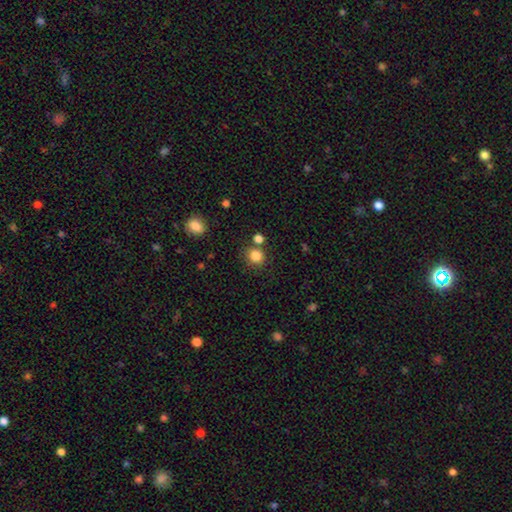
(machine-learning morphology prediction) A smooth galaxy with no disk features (84%) that is round (85%). Merging: none (75%).